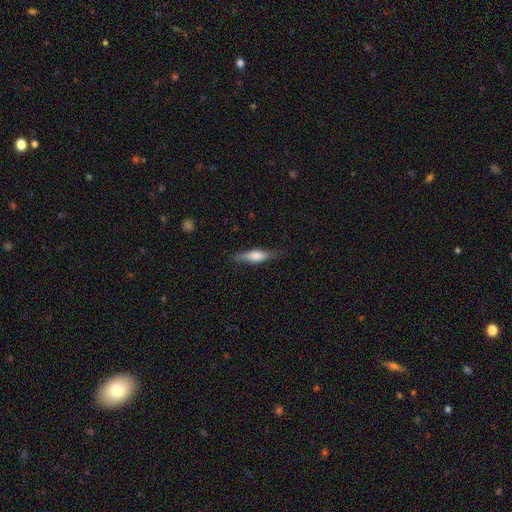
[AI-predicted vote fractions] smooth 58%, featured or disk 36%, star or artifact 6%. Down the decision tree: how rounded — cigar-shaped (64%); merging — none (78%).